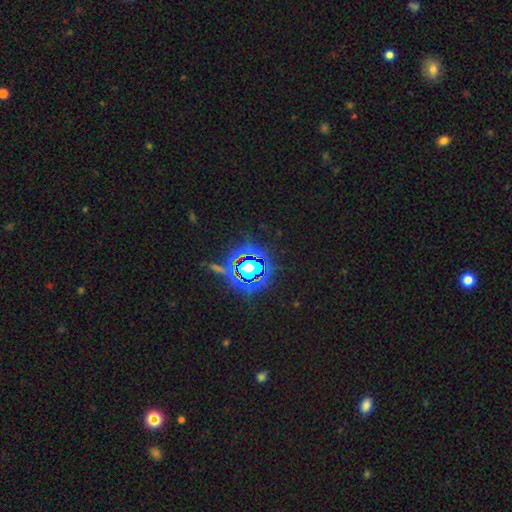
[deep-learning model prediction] star or artifact 82%, smooth 11%, featured or disk 7%.